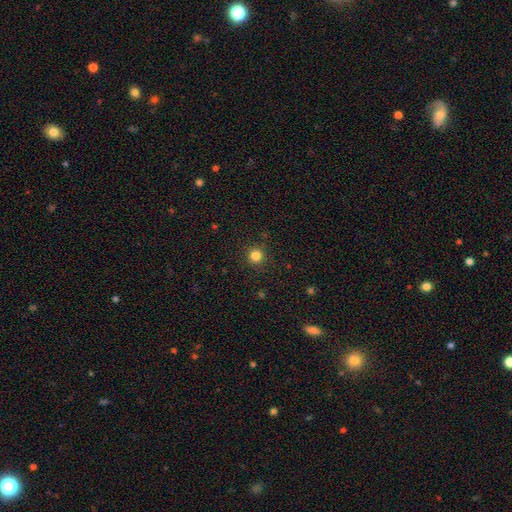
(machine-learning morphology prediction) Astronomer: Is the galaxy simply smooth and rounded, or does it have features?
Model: smooth — 83%.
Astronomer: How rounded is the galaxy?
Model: round — 95%.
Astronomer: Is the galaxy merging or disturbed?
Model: none — 91%.